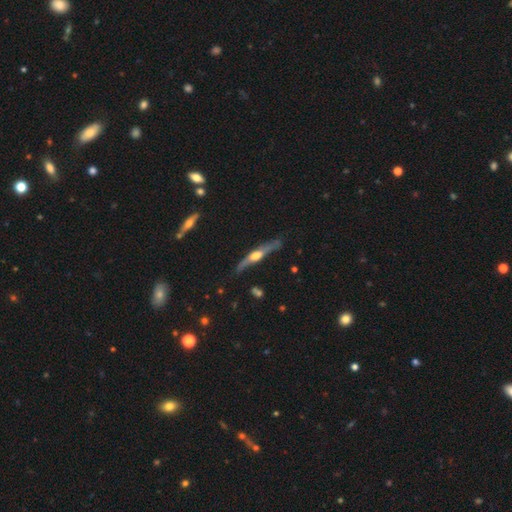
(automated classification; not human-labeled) smooth-or-featured: featured or disk: 74% | smooth: 21% | star or artifact: 5%
  disk-edge-on: yes: 94% | no: 6%
    edge-on-bulge: rounded: 91% | boxy: 6% | none: 4%
  merging: none: 76% | minor disturbance: 17% | major disturbance: 4% | merger: 3%